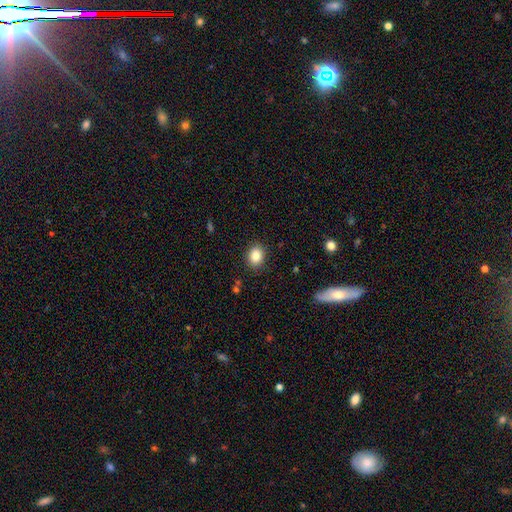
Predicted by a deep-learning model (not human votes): This appears to be a smooth galaxy with no disk features (86%) that is in between round and cigar-shaped (57%). Merging: none (88%).